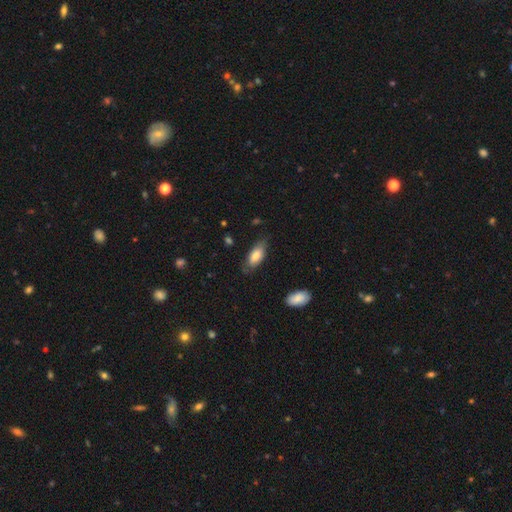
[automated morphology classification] Q: Smooth or featured?
A: smooth (77%); runner-up: featured or disk (17%)
Q: How rounded?
A: in between (81%); runner-up: cigar-shaped (17%)
Q: Merging?
A: none (72%); runner-up: minor disturbance (22%)